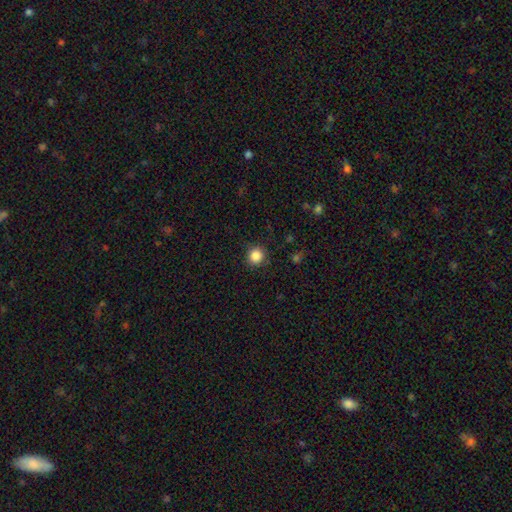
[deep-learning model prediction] Smooth or featured?
  - smooth: 86% *
  - star or artifact: 10%
  - featured or disk: 4%
How rounded?
  - round: 93% *
  - in between: 6%
  - cigar-shaped: 1%
Merging?
  - none: 89% *
  - minor disturbance: 7%
  - major disturbance: 2%
  - merger: 1%